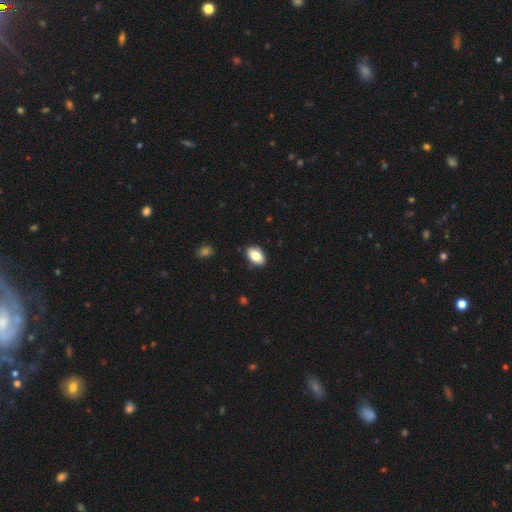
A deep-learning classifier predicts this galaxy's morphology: smooth 83%, featured or disk 9%, star or artifact 7%. Down the decision tree: how rounded — in between (91%); merging — none (87%).